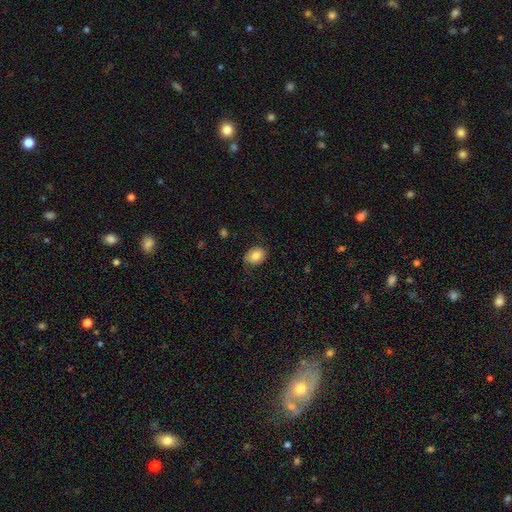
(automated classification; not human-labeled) This is likely a smooth galaxy (78%). How rounded: likely in between (68%). Merging: likely none (73%).